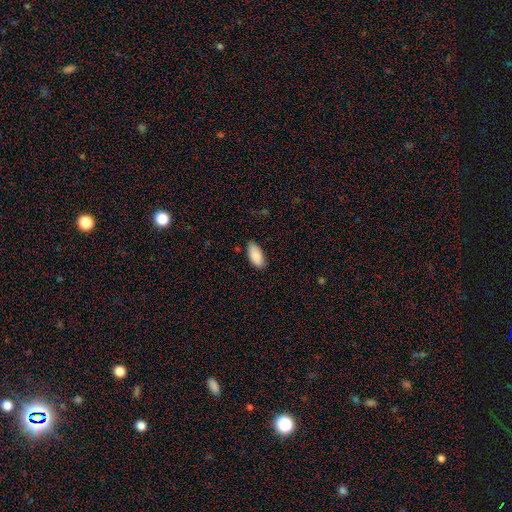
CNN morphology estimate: This is clearly a smooth galaxy (88%). How rounded: clearly in between (93%). Merging: likely none (78%).